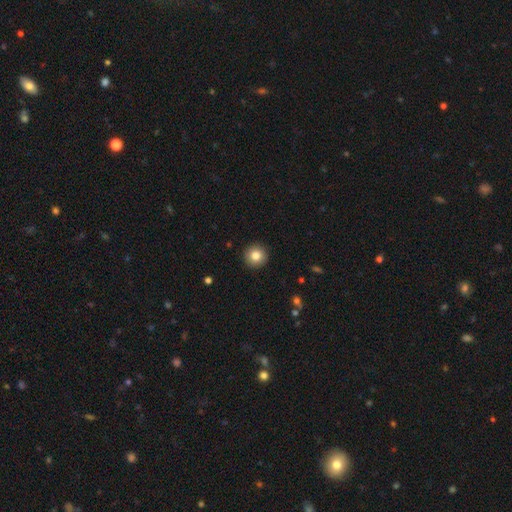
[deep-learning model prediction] This is clearly a smooth galaxy (83%). How rounded: clearly round (95%). Merging: clearly none (93%).